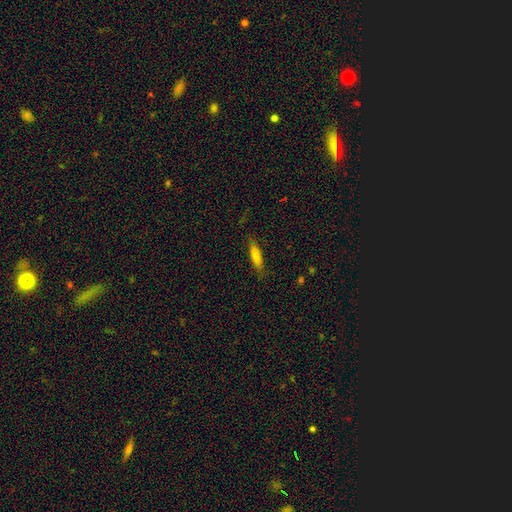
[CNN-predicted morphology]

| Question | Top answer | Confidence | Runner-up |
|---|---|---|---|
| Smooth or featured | smooth | 78% | featured or disk (15%) |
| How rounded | cigar-shaped | 69% | in between (29%) |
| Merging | none | 79% | minor disturbance (16%) |